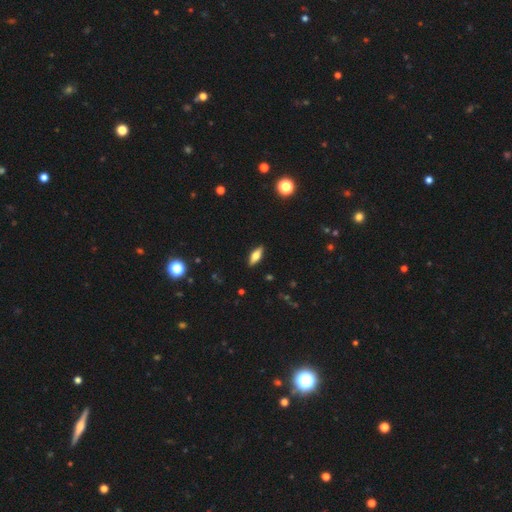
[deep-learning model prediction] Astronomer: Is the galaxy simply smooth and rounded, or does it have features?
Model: smooth — 52% (runner-up: featured or disk, 40%).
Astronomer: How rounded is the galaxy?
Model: in between — 60% (runner-up: cigar-shaped, 37%).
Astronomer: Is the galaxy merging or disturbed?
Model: none — 89%.